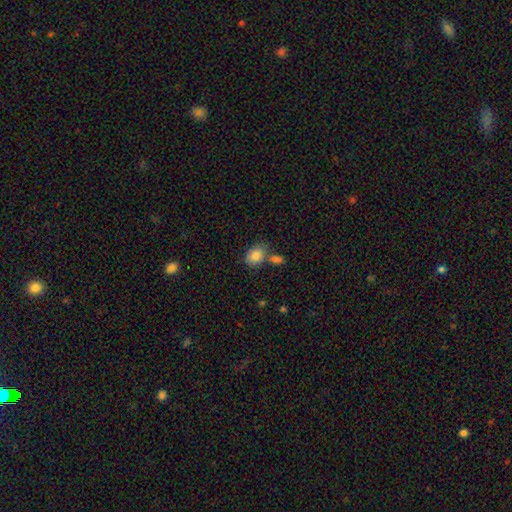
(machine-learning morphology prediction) This appears to be a smooth galaxy with no disk features (85%) that is in between round and cigar-shaped (72%). Merging: none (56%).